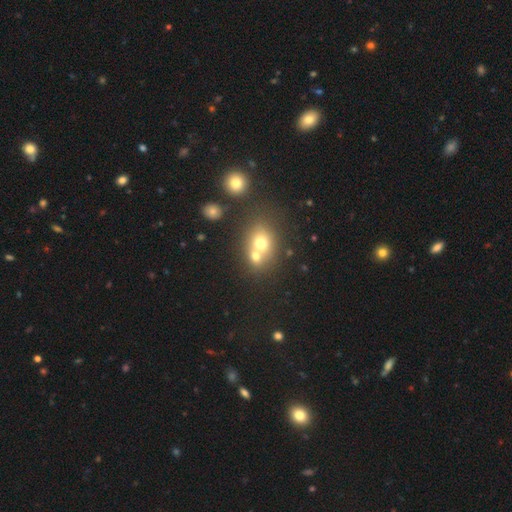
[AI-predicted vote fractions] Q: Smooth or featured?
A: smooth (68%); runner-up: featured or disk (18%)
Q: How rounded?
A: round (64%); runner-up: in between (35%)
Q: Merging?
A: merger (56%); runner-up: none (34%)